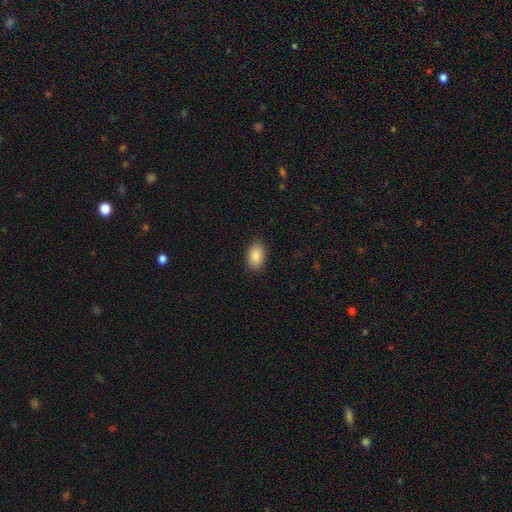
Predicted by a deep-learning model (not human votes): smooth-or-featured: smooth: 88% | star or artifact: 7% | featured or disk: 5%
  how-rounded: in between: 90% | round: 8% | cigar-shaped: 1%
  merging: none: 88% | minor disturbance: 9% | major disturbance: 2% | merger: 1%